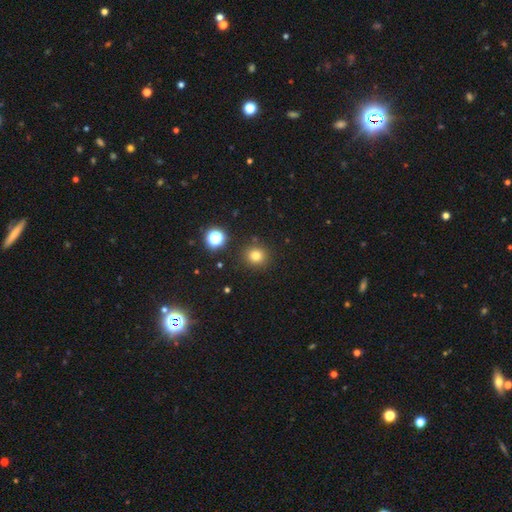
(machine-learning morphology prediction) Smooth or featured? Predicted: smooth (p=0.78). How rounded? Predicted: round (p=0.90). Merging? Predicted: none (p=0.88).